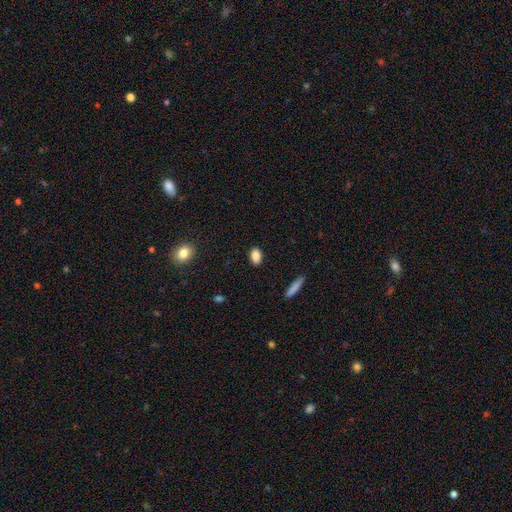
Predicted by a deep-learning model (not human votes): This is clearly a smooth galaxy (86%). How rounded: clearly in between (86%). Merging: clearly none (87%).